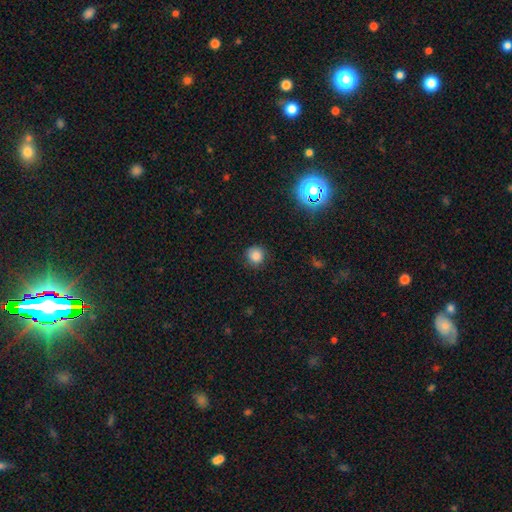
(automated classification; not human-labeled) Smooth or featured?
  - smooth: 82% *
  - star or artifact: 12%
  - featured or disk: 5%
How rounded?
  - round: 91% *
  - in between: 8%
  - cigar-shaped: 1%
Merging?
  - none: 83% *
  - minor disturbance: 12%
  - major disturbance: 3%
  - merger: 1%